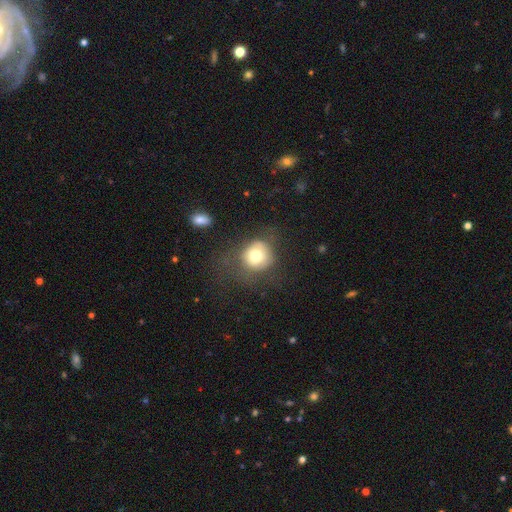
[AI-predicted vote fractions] A smooth galaxy with no disk features (73%) that is round (83%). Merging: none (55%).